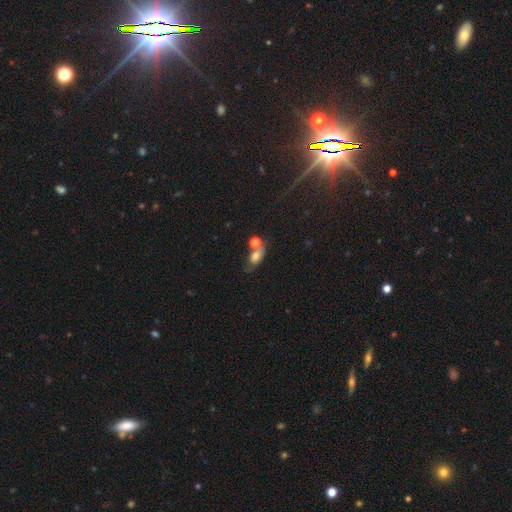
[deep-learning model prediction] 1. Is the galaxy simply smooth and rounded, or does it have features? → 68% smooth, 19% featured or disk, 12% star or artifact.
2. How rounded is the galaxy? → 75% in between, 20% round, 5% cigar-shaped.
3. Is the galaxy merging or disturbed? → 37% none, 34% merger, 18% minor disturbance, 11% major disturbance.